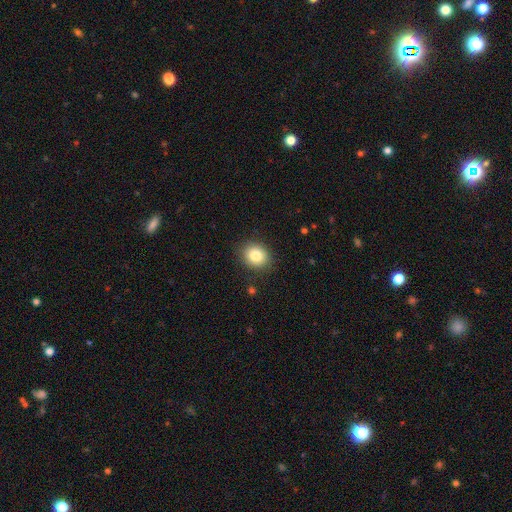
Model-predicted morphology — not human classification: Overall: smooth (83%). How rounded: round (63%; in between 36%). Merging: none (88%).